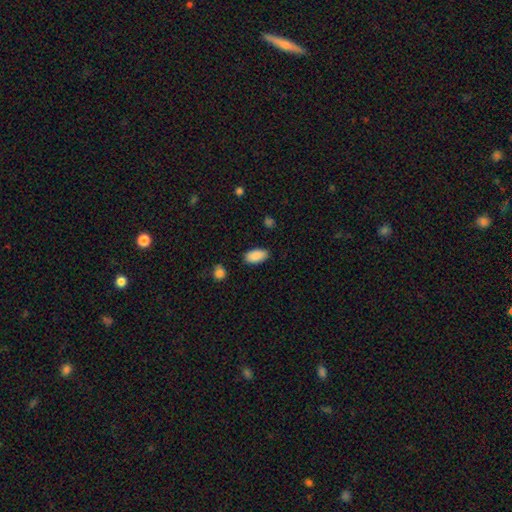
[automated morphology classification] type=smooth (89%); roundness=in between (94%); merging=none (85%).